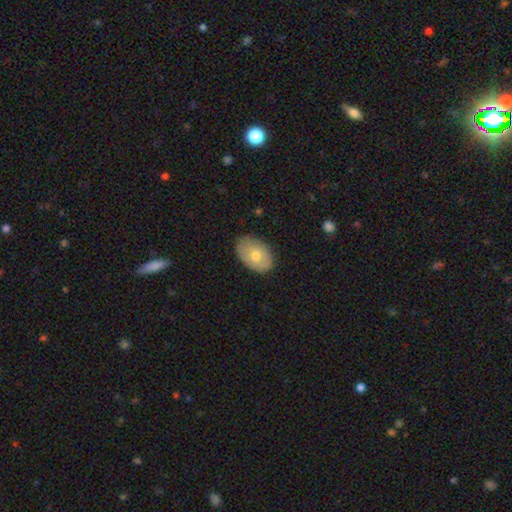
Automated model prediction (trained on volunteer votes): A smooth galaxy with no disk features (68%) that is in between round and cigar-shaped (88%). Merging: none (82%).